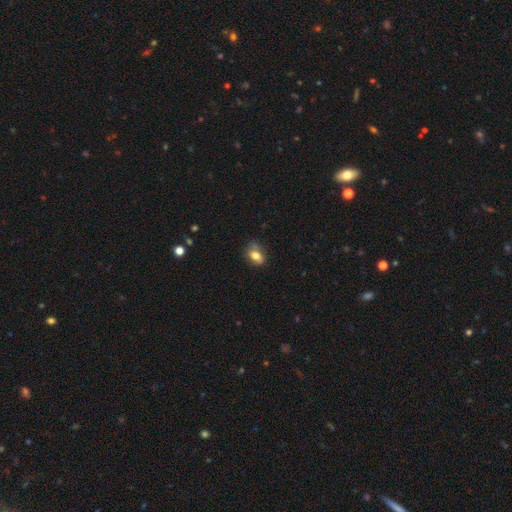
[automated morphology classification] Overall: smooth (72%). How rounded: in between (75%). Merging: none (61%; minor disturbance 27%).